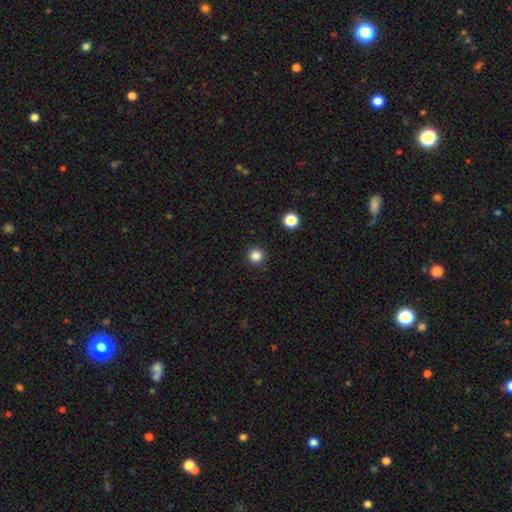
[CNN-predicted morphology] smooth 85%, star or artifact 12%, featured or disk 3%. Down the decision tree: how rounded — round (96%); merging — none (92%).